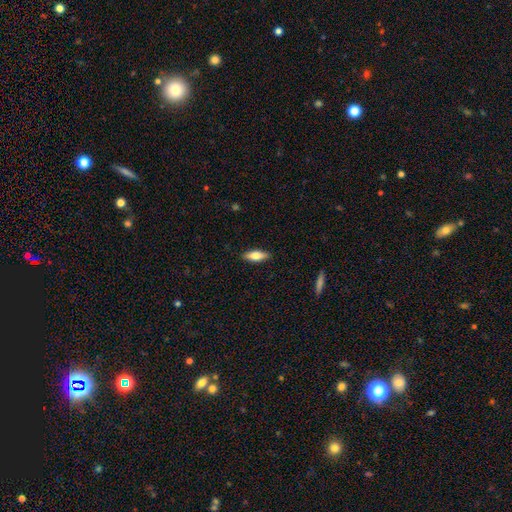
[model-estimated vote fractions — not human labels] smooth-or-featured: smooth: 66% | featured or disk: 28% | star or artifact: 6%
  how-rounded: in between: 58% | cigar-shaped: 40% | round: 2%
  merging: none: 89% | minor disturbance: 8% | major disturbance: 2% | merger: 1%